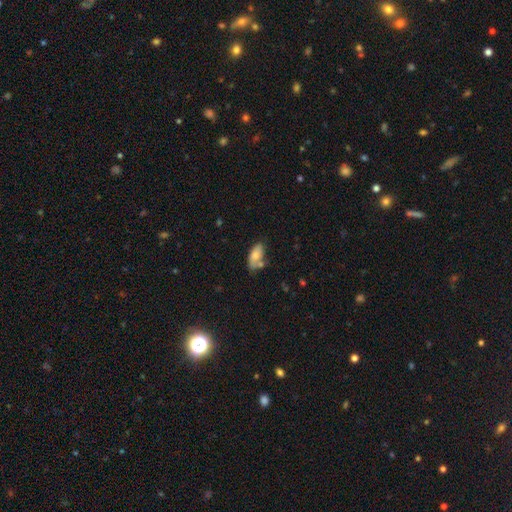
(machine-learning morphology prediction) The model was most divided on "merging": none: 45%, minor disturbance: 26%, merger: 20%, major disturbance: 9%. More confident: how rounded — in between (89%); smooth or featured — smooth (73%).